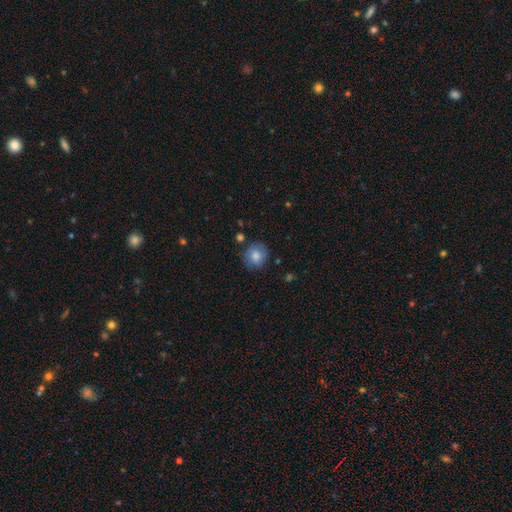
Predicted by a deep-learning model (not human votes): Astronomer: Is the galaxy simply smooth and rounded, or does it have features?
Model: smooth — 71%.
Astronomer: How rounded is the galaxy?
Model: round — 83%.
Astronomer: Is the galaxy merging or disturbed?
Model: none — 76%.